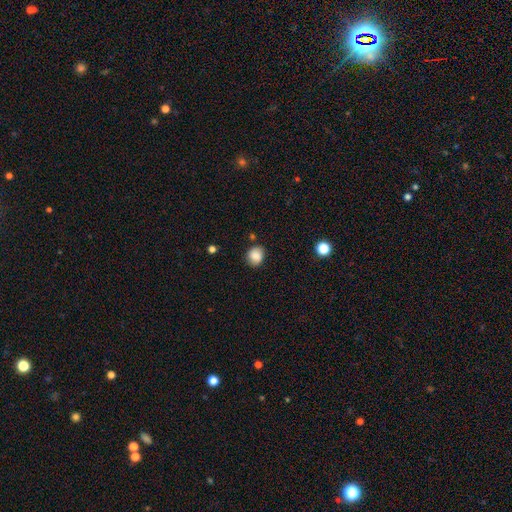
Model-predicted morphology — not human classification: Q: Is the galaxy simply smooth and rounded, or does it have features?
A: smooth — 83%.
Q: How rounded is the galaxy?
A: round — 72%.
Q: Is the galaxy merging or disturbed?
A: none — 80%.